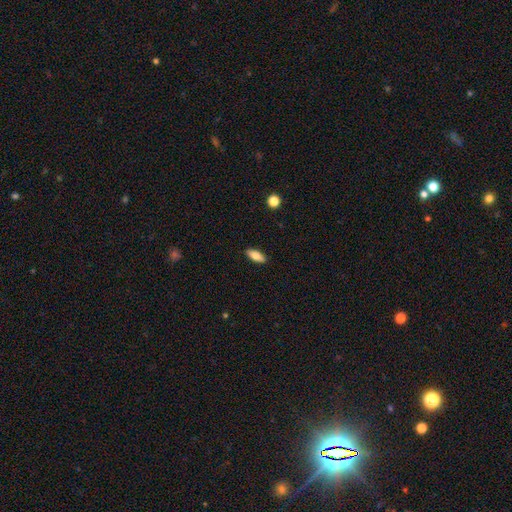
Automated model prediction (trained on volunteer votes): smooth_or_featured: smooth (p=0.79) [alt: featured or disk p=0.14]
how_rounded: in between (p=0.78) [alt: cigar-shaped p=0.20]
merging: none (p=0.90) [alt: minor disturbance p=0.08]